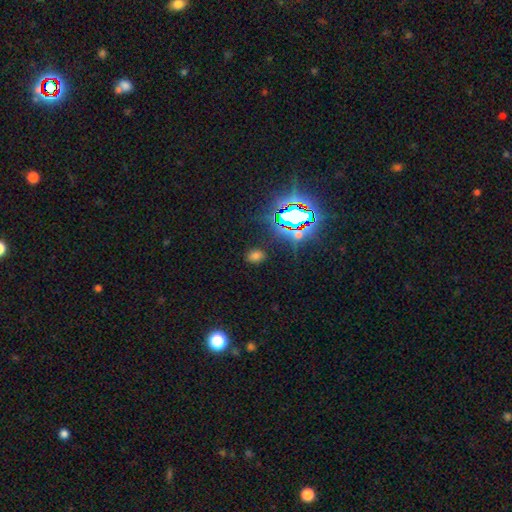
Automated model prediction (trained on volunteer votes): The model was most divided on "smooth or featured": smooth: 59%, star or artifact: 34%, featured or disk: 7%. More confident: merging — none (85%); how rounded — in between (65%).